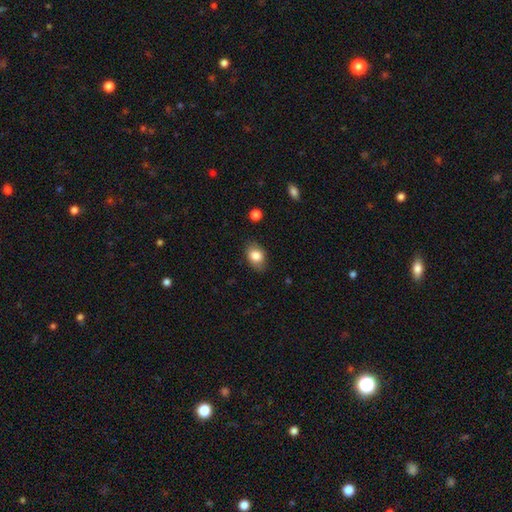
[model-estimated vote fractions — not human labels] Q: Smooth or featured?
A: smooth (83%); runner-up: featured or disk (9%)
Q: How rounded?
A: in between (76%); runner-up: round (22%)
Q: Merging?
A: none (82%); runner-up: minor disturbance (14%)